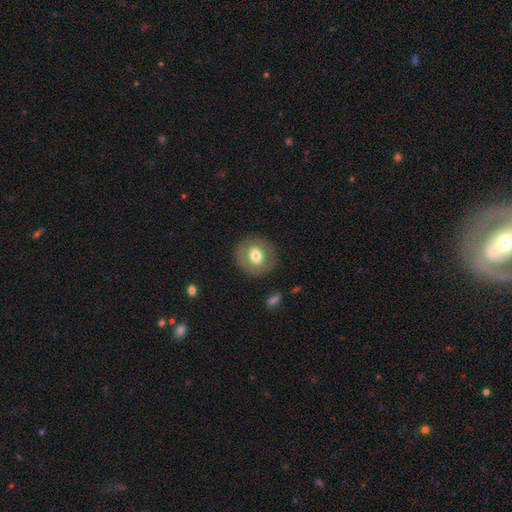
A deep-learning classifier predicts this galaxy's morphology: A smooth galaxy with no disk features (65%) that is round (81%). Merging: none (87%).